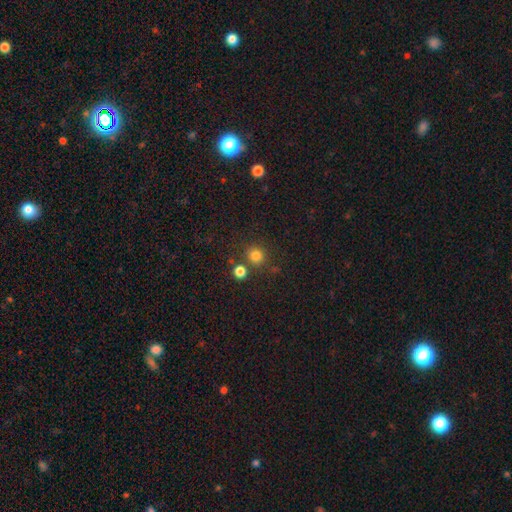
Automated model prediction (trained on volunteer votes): smooth_or_featured: smooth (p=0.80) [alt: star or artifact p=0.15]
how_rounded: round (p=0.90) [alt: in between p=0.09]
merging: none (p=0.77) [alt: merger p=0.12]